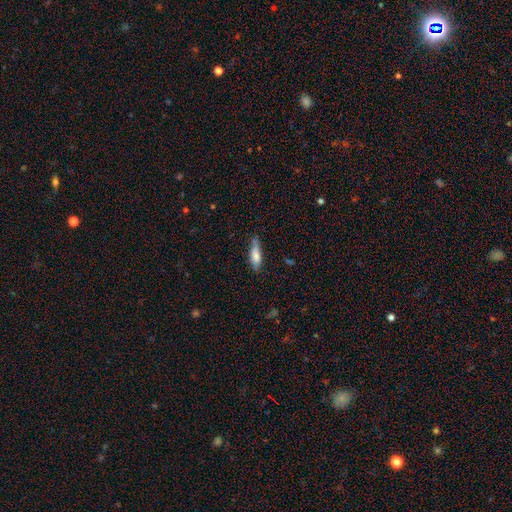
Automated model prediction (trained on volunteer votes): This is likely a smooth galaxy (76%). How rounded: possibly cigar-shaped (51%). Merging: likely none (64%).